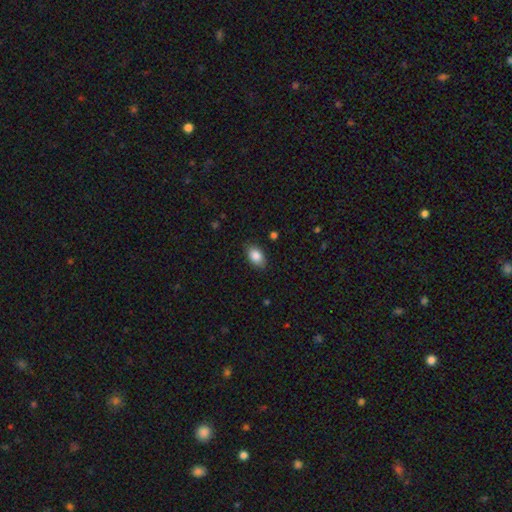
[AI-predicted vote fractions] Overall: smooth (86%). How rounded: in between (89%). Merging: none (85%).